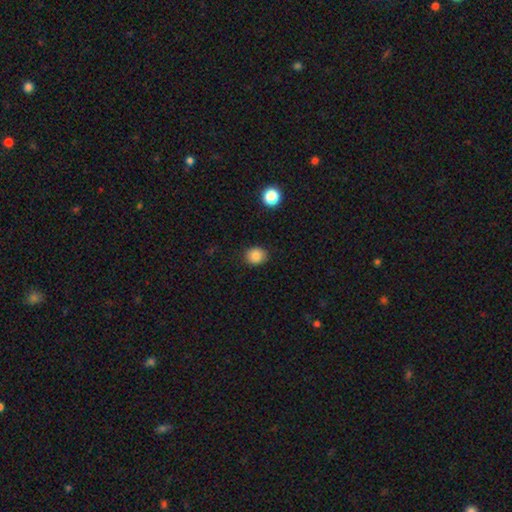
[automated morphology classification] smooth_or_featured: smooth (p=0.84) [alt: star or artifact p=0.10]
how_rounded: round (p=0.75) [alt: in between p=0.24]
merging: none (p=0.88) [alt: minor disturbance p=0.08]